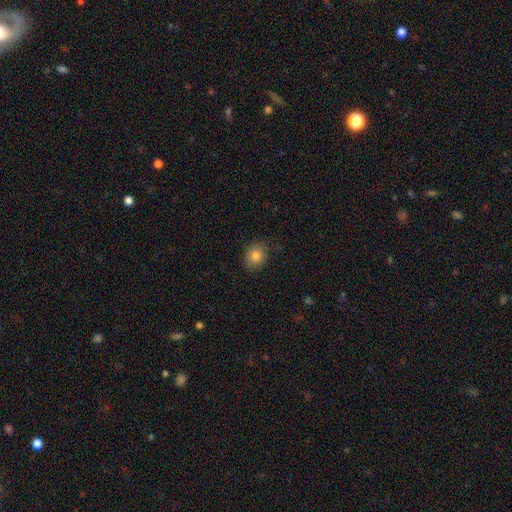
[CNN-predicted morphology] Smooth or featured? Predicted: smooth (p=0.81). How rounded? Predicted: round (p=0.58). Merging? Predicted: none (p=0.79).